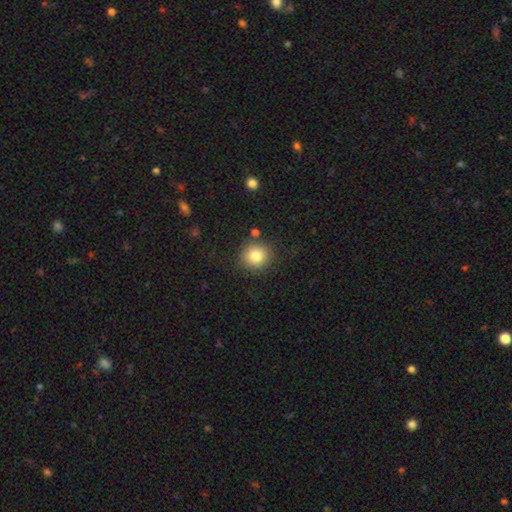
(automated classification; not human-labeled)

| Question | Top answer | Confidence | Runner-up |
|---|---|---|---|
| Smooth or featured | smooth | 83% | star or artifact (10%) |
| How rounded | round | 89% | in between (10%) |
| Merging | none | 83% | minor disturbance (10%) |